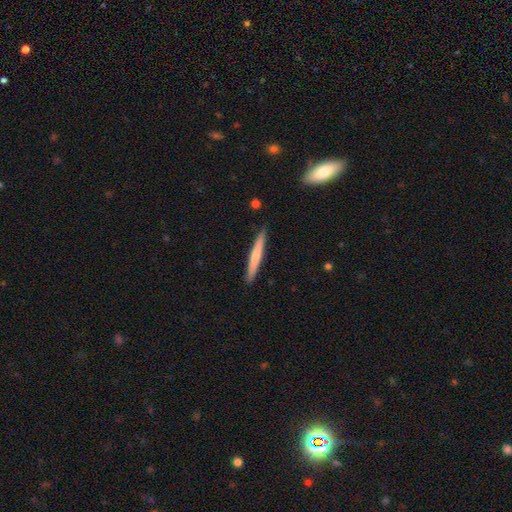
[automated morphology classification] This is likely a smooth galaxy (60%). How rounded: clearly cigar-shaped (96%). Merging: clearly none (91%).